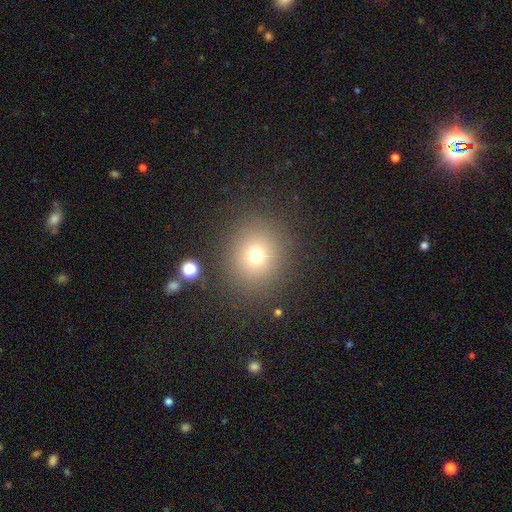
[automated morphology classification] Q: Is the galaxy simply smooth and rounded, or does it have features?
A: smooth — 71%.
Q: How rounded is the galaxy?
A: round — 85%.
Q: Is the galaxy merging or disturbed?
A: none — 85%.